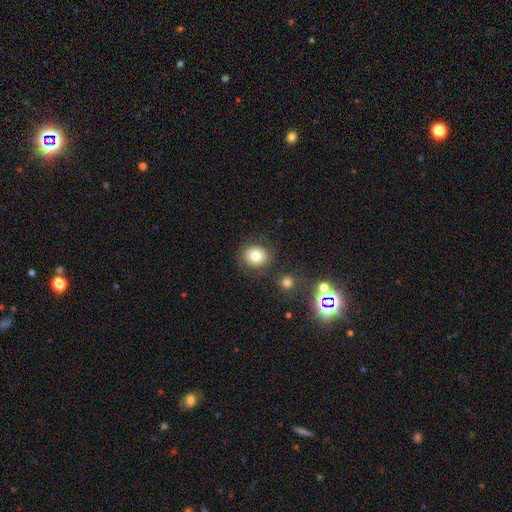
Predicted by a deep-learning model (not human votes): Overall: smooth (77%). How rounded: round (81%). Merging: none (82%).